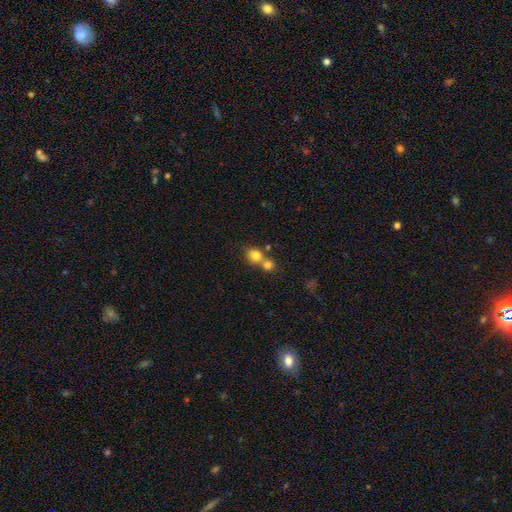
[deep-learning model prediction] Q: Smooth or featured?
A: smooth (80%); runner-up: star or artifact (11%)
Q: How rounded?
A: round (79%); runner-up: in between (20%)
Q: Merging?
A: merger (48%); runner-up: none (42%)